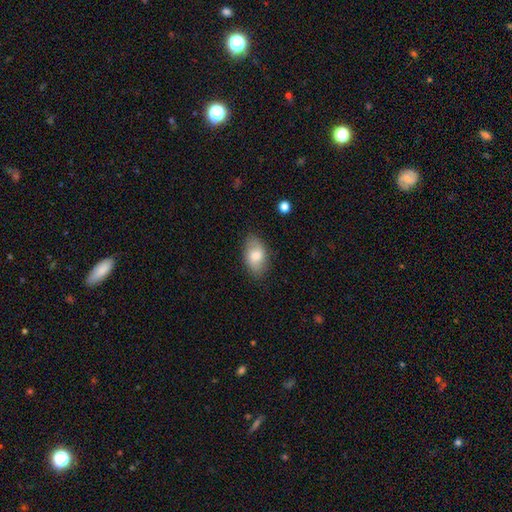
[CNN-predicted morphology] The model was most divided on "smooth or featured": smooth: 75%, featured or disk: 18%, star or artifact: 7%. More confident: how rounded — in between (92%); merging — none (82%).